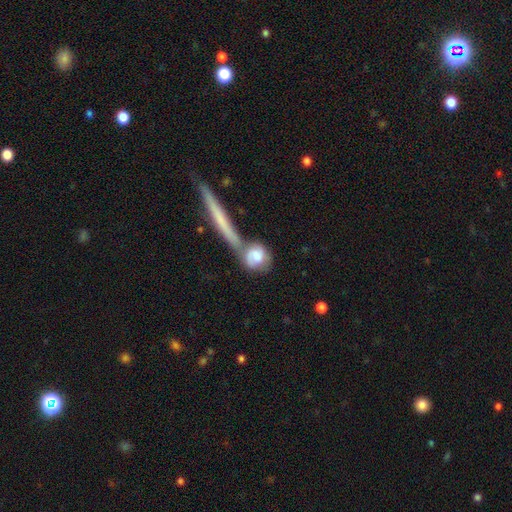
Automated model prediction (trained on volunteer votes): Smooth or featured: smooth — 67% (featured or disk — 26%)
How rounded: round — 69% (in between — 21%)
Merging: none — 42% (merger — 34%)